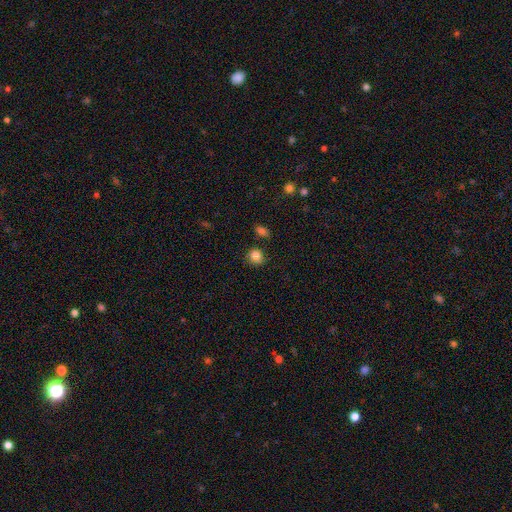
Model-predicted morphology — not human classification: smooth 85%, star or artifact 10%, featured or disk 5%. Down the decision tree: how rounded — round (78%); merging — none (80%).